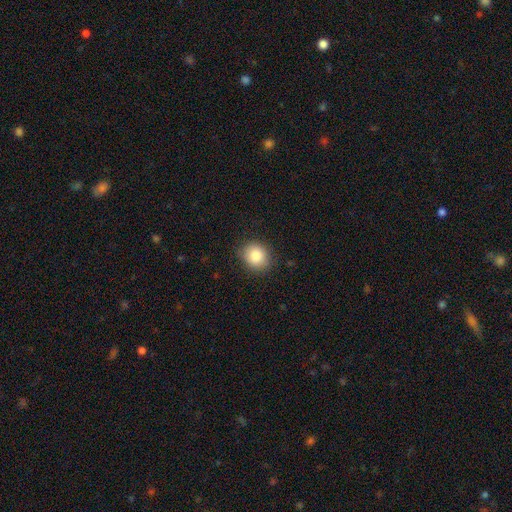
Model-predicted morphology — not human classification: type=smooth (87%); roundness=round (72%); merging=none (85%).